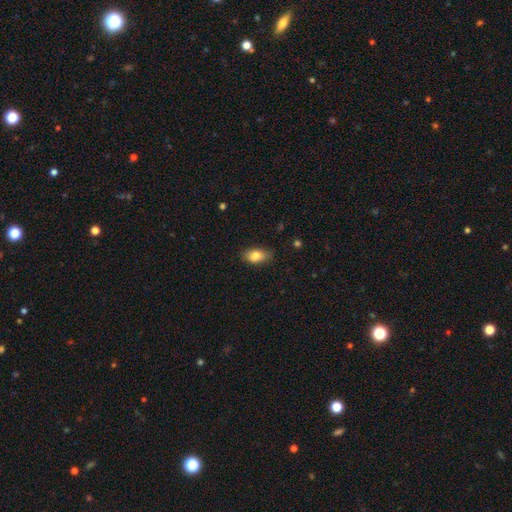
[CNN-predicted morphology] Q: Smooth or featured?
A: smooth (83%); runner-up: featured or disk (10%)
Q: How rounded?
A: in between (89%); runner-up: round (7%)
Q: Merging?
A: none (78%); runner-up: minor disturbance (18%)